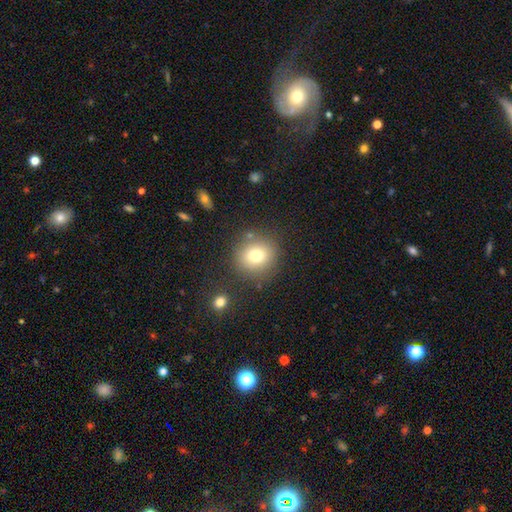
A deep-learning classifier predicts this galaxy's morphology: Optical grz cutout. It shows a smooth galaxy with no disk features (77%) that is round (86%). Merging: none (81%).